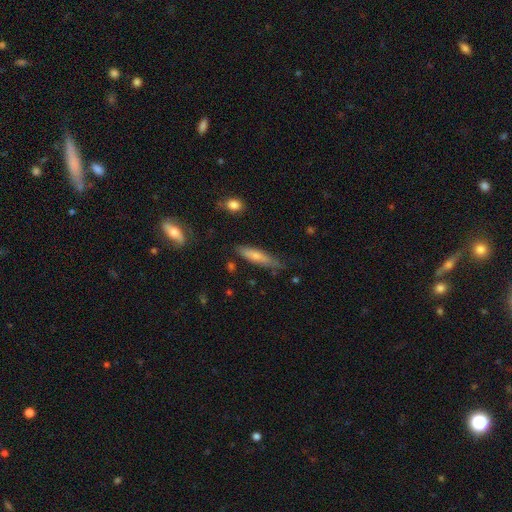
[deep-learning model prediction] Q: Smooth or featured?
A: smooth (65%); runner-up: featured or disk (29%)
Q: How rounded?
A: cigar-shaped (79%); runner-up: in between (19%)
Q: Merging?
A: none (70%); runner-up: minor disturbance (23%)